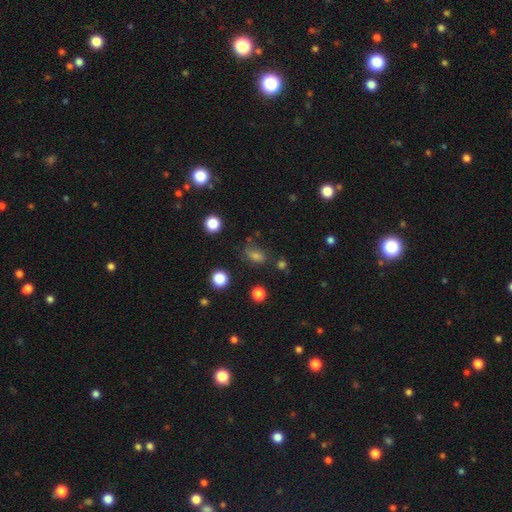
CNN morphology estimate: Overall: smooth (60%; star or artifact 25%). How rounded: in between (67%; round 29%). Merging: none (58%; minor disturbance 23%).